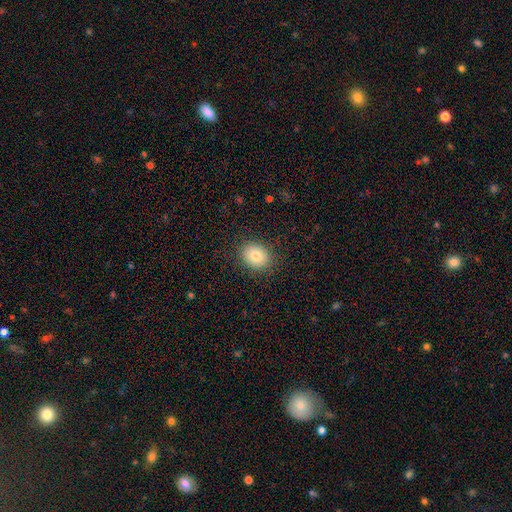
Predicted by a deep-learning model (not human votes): A smooth galaxy with no disk features (83%) that is round (56%).

Vote fractions:
- Smooth or featured? smooth: 83% / star or artifact: 9% / featured or disk: 8%
- How rounded? round: 56% / in between: 43% / cigar-shaped: 1%
- Merging? none: 87% / minor disturbance: 9% / major disturbance: 3% / merger: 1%